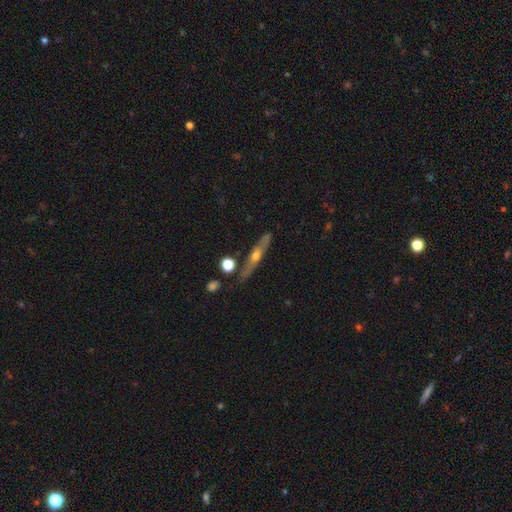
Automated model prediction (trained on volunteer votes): A featured or disk galaxy (60%) viewed edge-on (82%). Merging: none (77%).